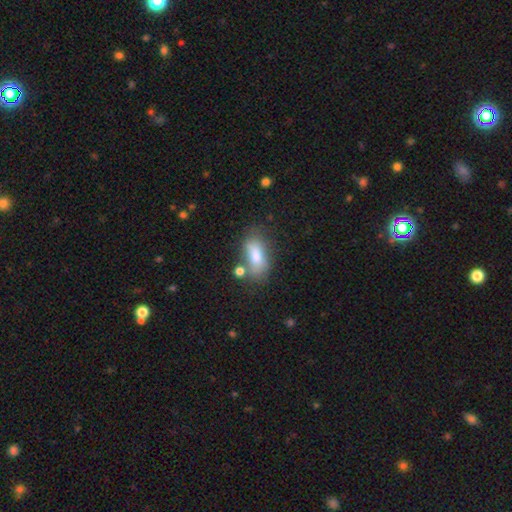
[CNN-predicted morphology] A smooth galaxy with no disk features (75%) that is in between round and cigar-shaped (85%). Merging: none (59%).